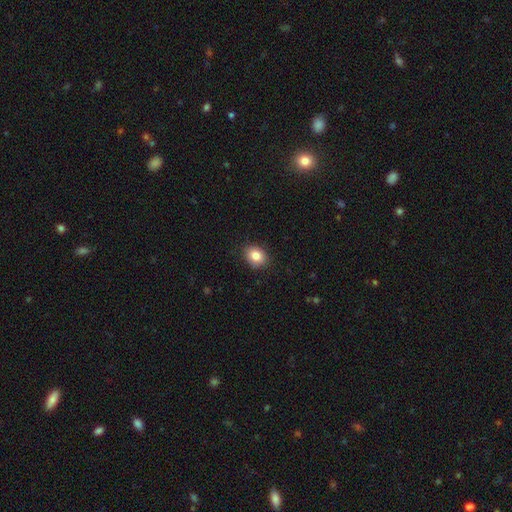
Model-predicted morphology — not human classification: Overall: smooth (85%). How rounded: in between (57%; round 42%). Merging: none (87%).